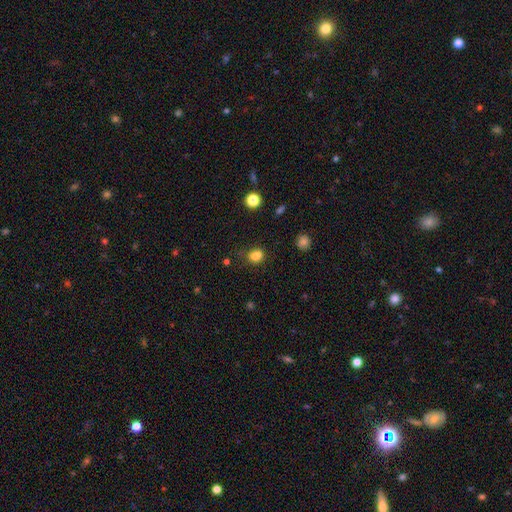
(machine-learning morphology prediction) Q: Smooth or featured?
A: smooth (77%); runner-up: star or artifact (16%)
Q: How rounded?
A: round (60%); runner-up: in between (39%)
Q: Merging?
A: none (55%); runner-up: merger (24%)